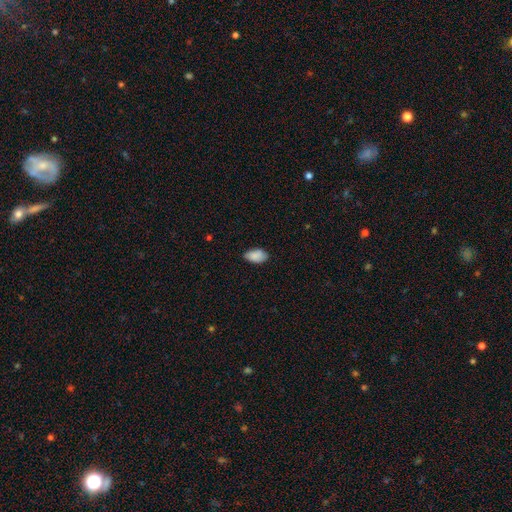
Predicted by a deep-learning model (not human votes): This appears to be a smooth galaxy with no disk features (87%) that is in between round and cigar-shaped (94%). Merging: none (79%).